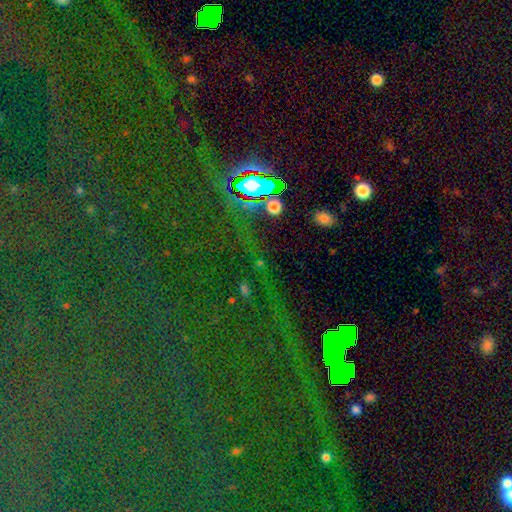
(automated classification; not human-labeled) Smooth or featured?
  - star or artifact: 82% *
  - smooth: 10%
  - featured or disk: 8%